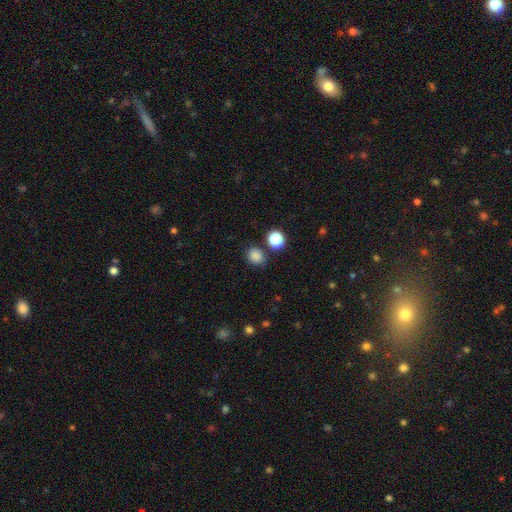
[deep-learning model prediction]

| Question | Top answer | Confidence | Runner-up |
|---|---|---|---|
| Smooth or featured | smooth | 82% | star or artifact (14%) |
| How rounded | round | 71% | in between (28%) |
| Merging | none | 80% | minor disturbance (10%) |